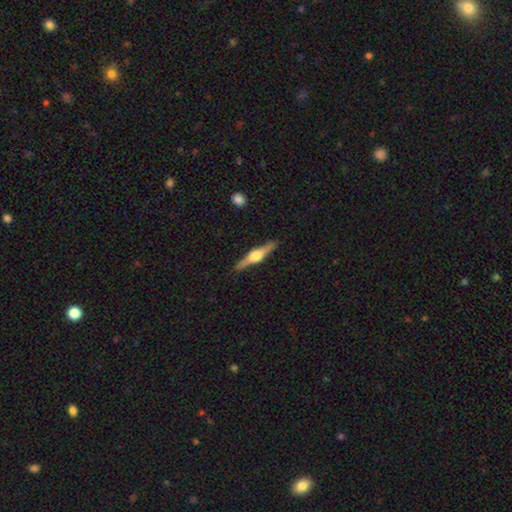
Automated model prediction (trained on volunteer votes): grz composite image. It shows a featured or disk galaxy (80%) viewed edge-on (98%) with a rounded central bulge (95%). Merging: none (91%).